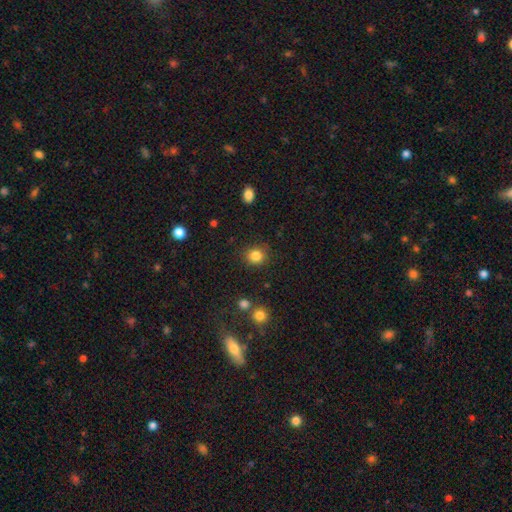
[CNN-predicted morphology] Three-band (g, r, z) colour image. It shows a smooth galaxy with no disk features (85%) that is round (85%). Merging: none (87%).